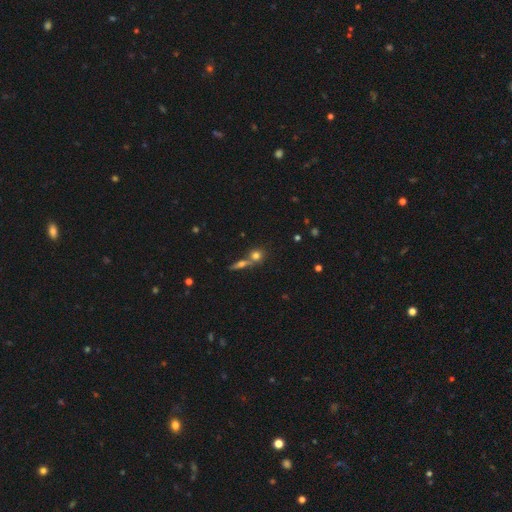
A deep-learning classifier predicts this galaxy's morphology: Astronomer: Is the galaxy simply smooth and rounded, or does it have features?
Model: smooth — 69%.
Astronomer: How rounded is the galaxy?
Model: round — 78%.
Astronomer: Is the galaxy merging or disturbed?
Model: none — 57% (runner-up: merger, 32%).